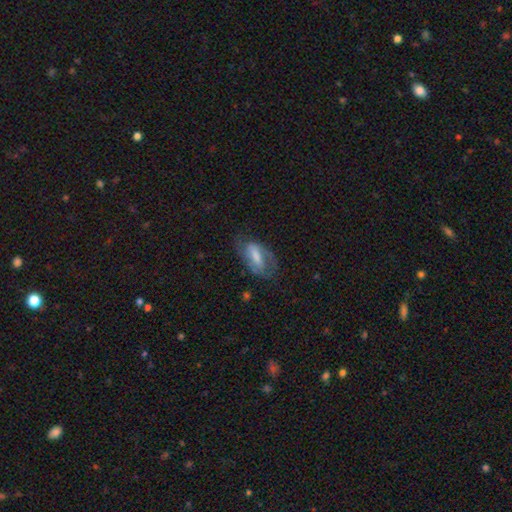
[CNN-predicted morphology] Smooth or featured? Predicted: featured or disk (p=0.54). Edge-on disk? Predicted: no (p=0.92). Merging? Predicted: none (p=0.57).